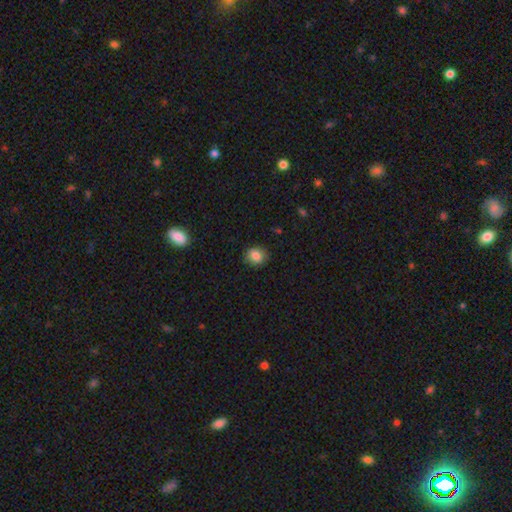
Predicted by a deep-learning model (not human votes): Smooth or featured? Predicted: smooth (p=0.85). How rounded? Predicted: round (p=0.69). Merging? Predicted: none (p=0.86).